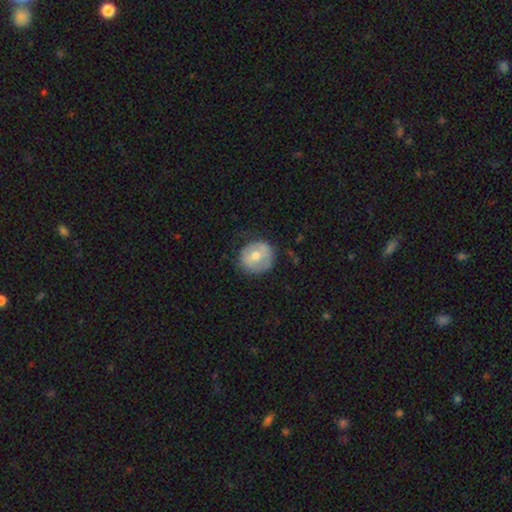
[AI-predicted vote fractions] Smooth or featured: smooth — 56% (featured or disk — 37%)
How rounded: round — 85% (in between — 14%)
Merging: none — 77% (minor disturbance — 17%)